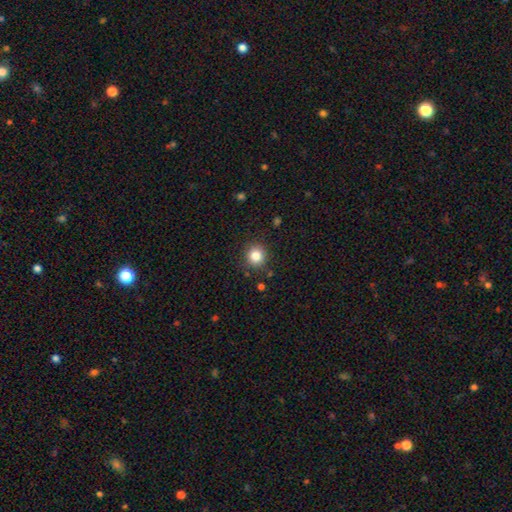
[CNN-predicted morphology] This appears to be a smooth galaxy with no disk features (82%) that is round (91%). Merging: none (88%).